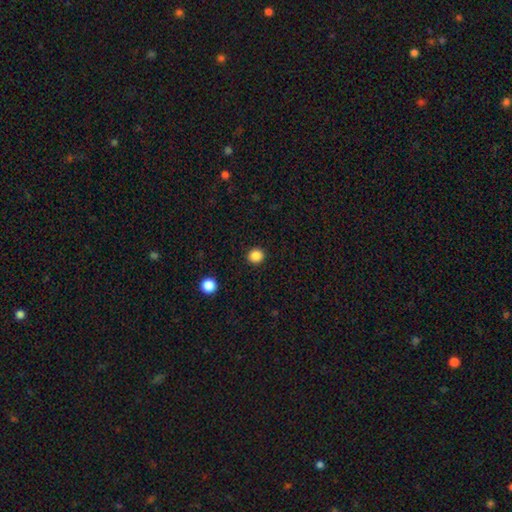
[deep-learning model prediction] smooth-or-featured: smooth: 86% | star or artifact: 11% | featured or disk: 3%
  how-rounded: round: 88% | in between: 11% | cigar-shaped: 1%
  merging: none: 92% | minor disturbance: 5% | major disturbance: 2% | merger: 1%